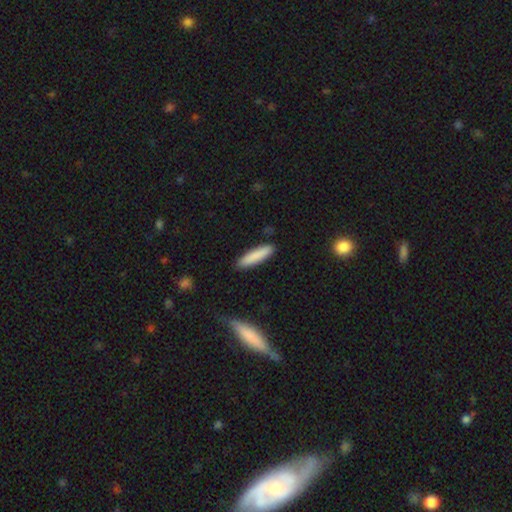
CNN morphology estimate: Smooth or featured? Predicted: smooth (p=0.86). How rounded? Predicted: cigar-shaped (p=0.77). Merging? Predicted: none (p=0.88).